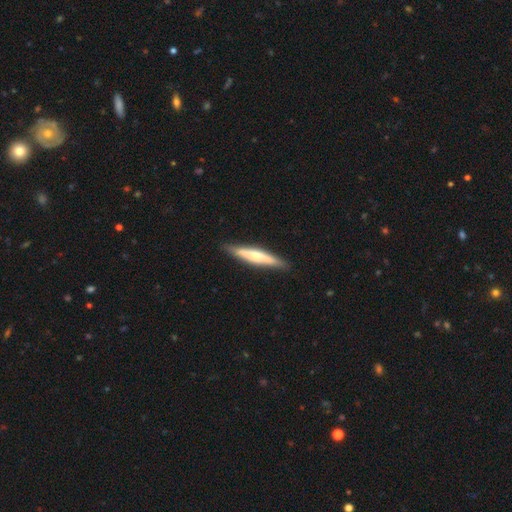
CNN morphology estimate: featured or disk 51%, smooth 43%, star or artifact 6%. Down the decision tree: edge-on disk — yes (93%); merging — none (89%).